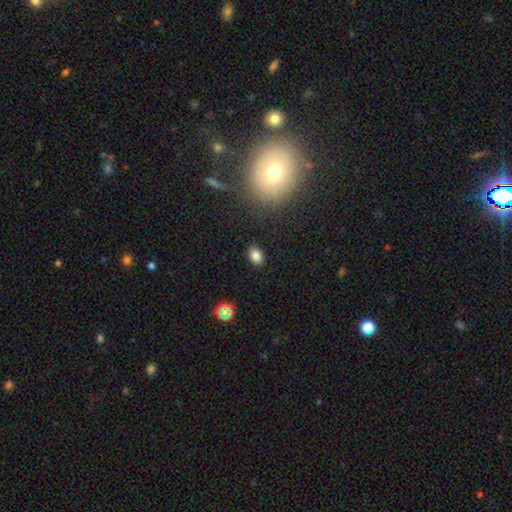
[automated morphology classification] The model was most divided on "how rounded": in between: 75%, round: 24%, cigar-shaped: 1%. More confident: merging — none (88%); smooth or featured — smooth (84%).